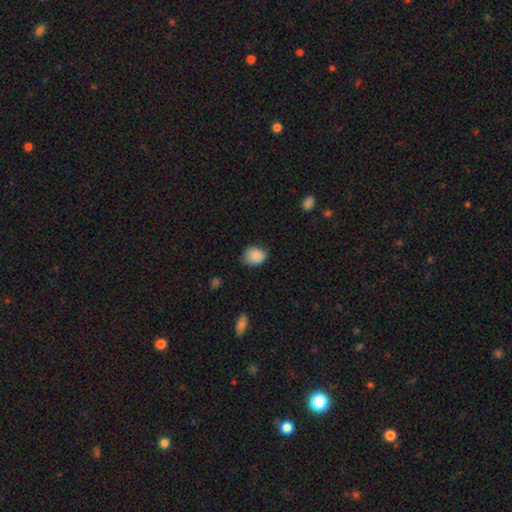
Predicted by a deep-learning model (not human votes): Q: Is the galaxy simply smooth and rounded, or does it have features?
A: smooth — 87%.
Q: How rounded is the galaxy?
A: round — 53%.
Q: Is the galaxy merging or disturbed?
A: none — 66%.